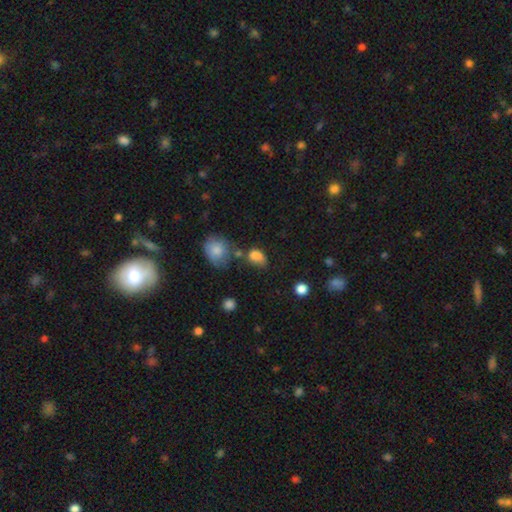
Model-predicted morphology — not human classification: type=smooth (80%); roundness=in between (76%); merging=none (41%).